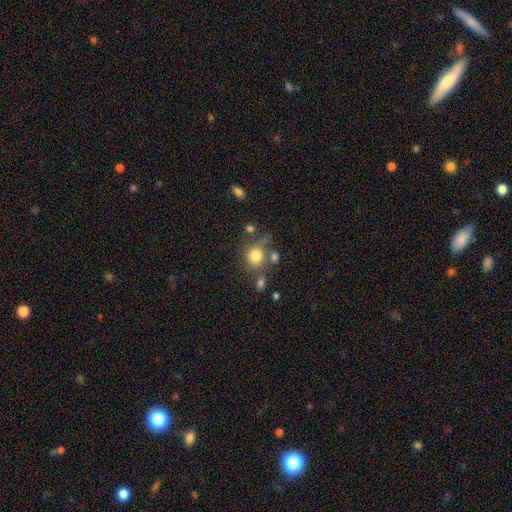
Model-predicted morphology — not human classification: A smooth galaxy with no disk features (79%) that is round (81%). Merging: none (62%).